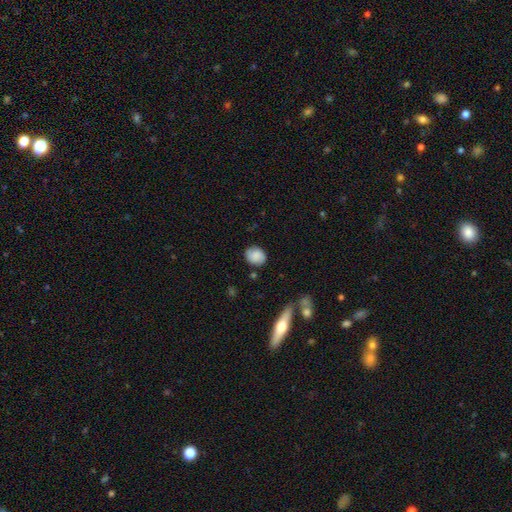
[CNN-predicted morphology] A smooth galaxy with no disk features (73%) that is round (53%).

Vote fractions:
- Smooth or featured? smooth: 73% / featured or disk: 18% / star or artifact: 8%
- How rounded? round: 53% / in between: 45% / cigar-shaped: 1%
- Merging? none: 78% / minor disturbance: 16% / major disturbance: 4% / merger: 2%